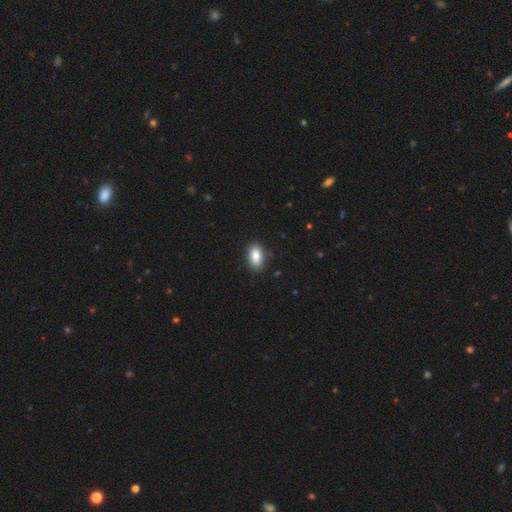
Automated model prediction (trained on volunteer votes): Smooth or featured? smooth (86%)
How rounded? in between (92%)
Merging? none (87%)